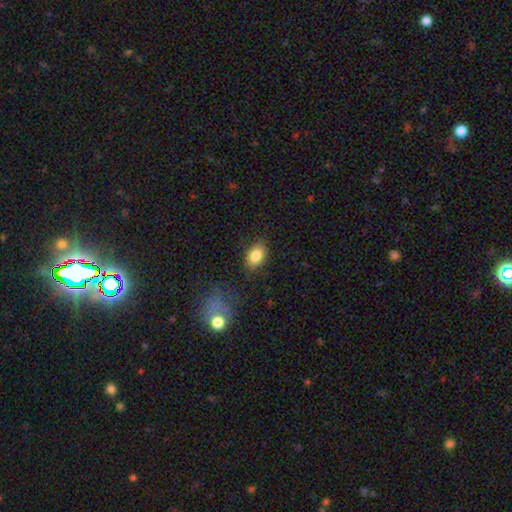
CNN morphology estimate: type=smooth (84%); roundness=in between (84%); merging=none (83%).